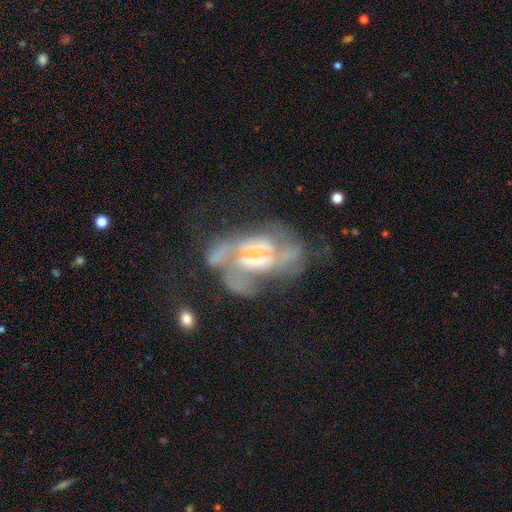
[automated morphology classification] smooth-or-featured: featured or disk: 74% | smooth: 15% | star or artifact: 11%
  disk-edge-on: no: 96% | yes: 4%
    bar: no: 57% | weak: 29% | strong: 14%
    has-spiral-arms: yes: 53% | no: 47%
    bulge-size: none: 41% | small: 24% | moderate: 24% | large: 9% | dominant: 2%
  merging: major disturbance: 40% | none: 25% | merger: 19% | minor disturbance: 16%